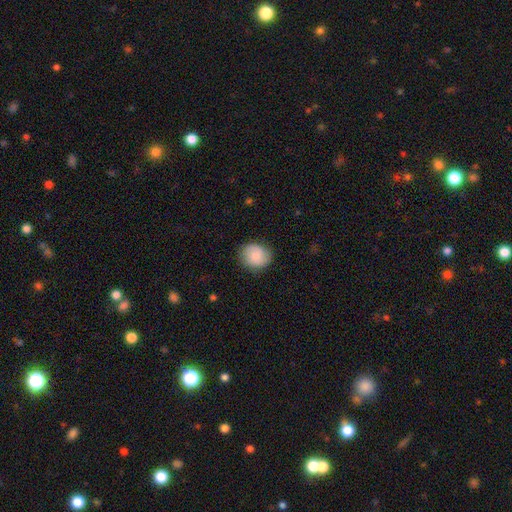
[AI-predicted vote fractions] smooth_or_featured: smooth (p=0.69) [alt: featured or disk p=0.24]
how_rounded: round (p=0.78) [alt: in between p=0.21]
merging: none (p=0.81) [alt: minor disturbance p=0.14]